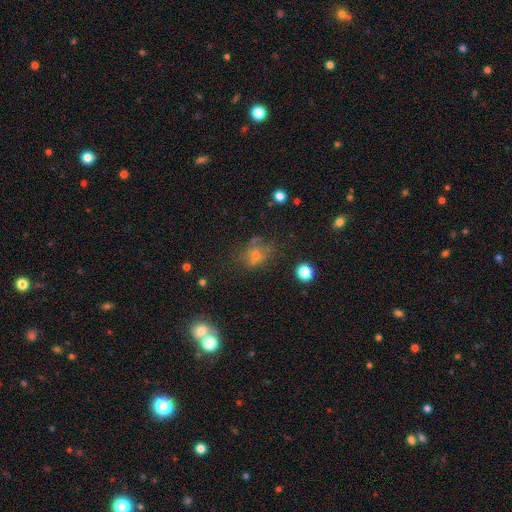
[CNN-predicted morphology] smooth_or_featured: smooth (p=0.52) [alt: star or artifact p=0.26]
how_rounded: round (p=0.50) [alt: in between p=0.48]
merging: none (p=0.55) [alt: minor disturbance p=0.22]